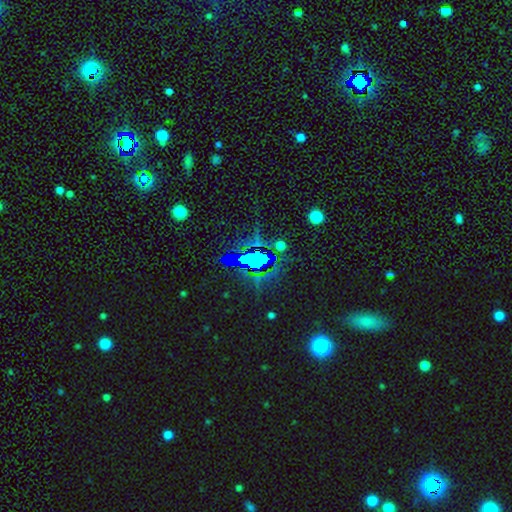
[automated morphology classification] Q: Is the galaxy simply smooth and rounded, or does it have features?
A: star or artifact — 72%.